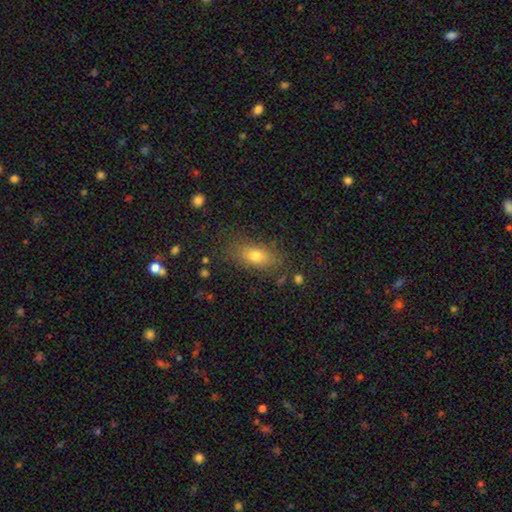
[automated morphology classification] Smooth or featured? smooth (76%)
How rounded? in between (79%)
Merging? none (78%)